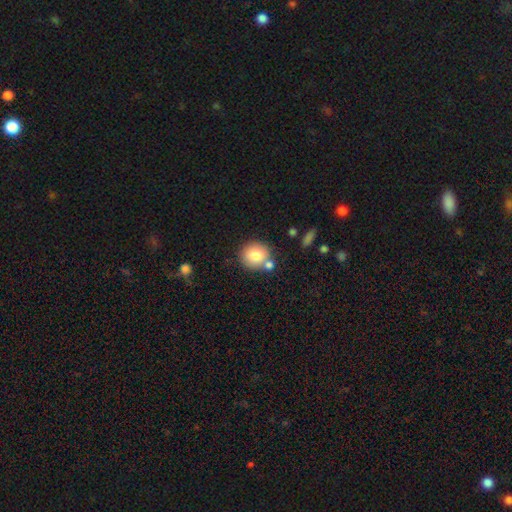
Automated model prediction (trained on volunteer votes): Smooth or featured? Predicted: smooth (p=0.81). How rounded? Predicted: round (p=0.83). Merging? Predicted: none (p=0.69).